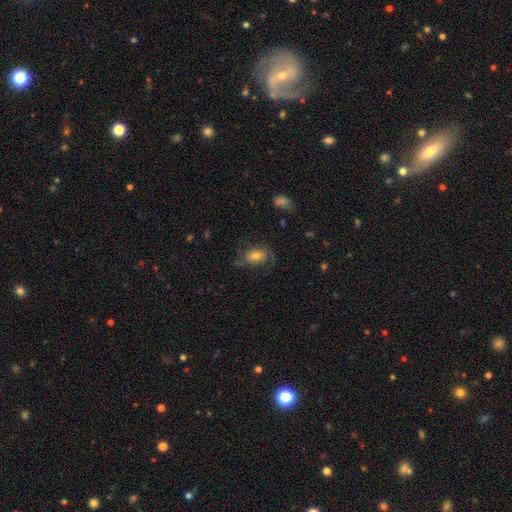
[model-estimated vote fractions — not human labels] Smooth or featured? Predicted: smooth (p=0.50). How rounded? Predicted: in between (p=0.81). Merging? Predicted: none (p=0.60).